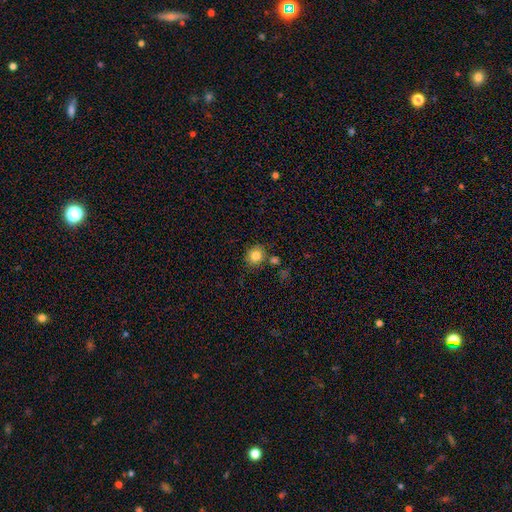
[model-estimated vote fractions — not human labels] Morphology: type=smooth (82%); roundness=round (82%); merging=none (77%).